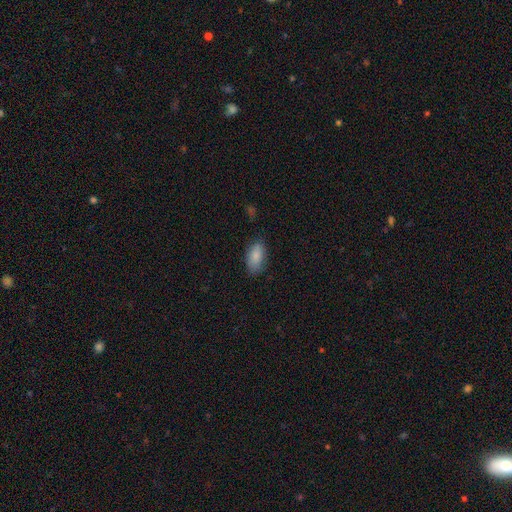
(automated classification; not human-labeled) smooth_or_featured: smooth (p=0.86) [alt: featured or disk p=0.07]
how_rounded: in between (p=0.92) [alt: cigar-shaped p=0.04]
merging: none (p=0.77) [alt: minor disturbance p=0.18]